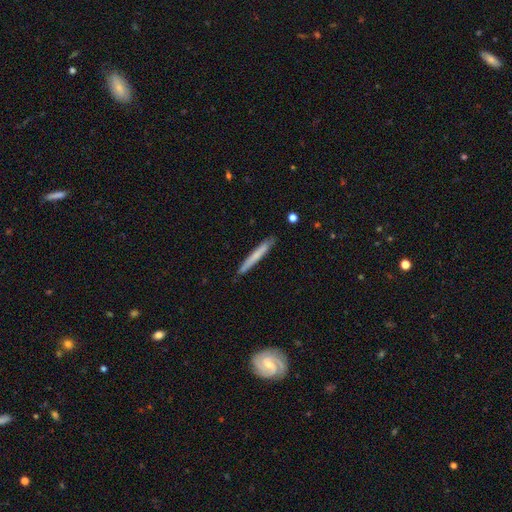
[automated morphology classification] A smooth galaxy with no disk features (62%) that is cigar-shaped (97%).

Vote fractions:
- Smooth or featured? smooth: 62% / featured or disk: 32% / star or artifact: 6%
- How rounded? cigar-shaped: 97% / in between: 2% / round: 1%
- Merging? none: 87% / minor disturbance: 10% / major disturbance: 2% / merger: 1%